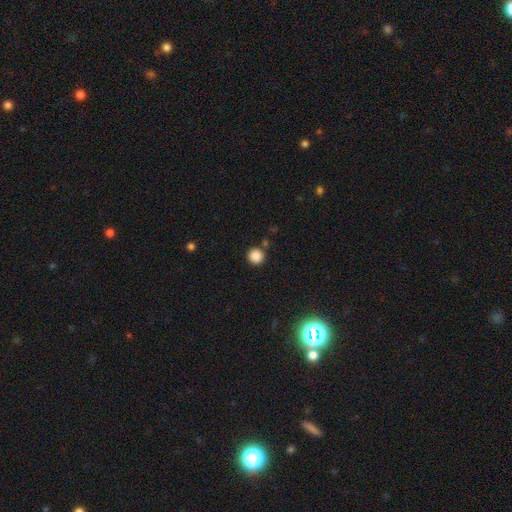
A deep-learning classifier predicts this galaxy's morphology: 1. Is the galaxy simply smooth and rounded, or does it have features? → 87% smooth, 10% star or artifact, 3% featured or disk.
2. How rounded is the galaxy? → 93% round, 6% in between, 1% cigar-shaped.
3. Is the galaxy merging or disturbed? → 85% none, 7% minor disturbance, 5% merger, 2% major disturbance.